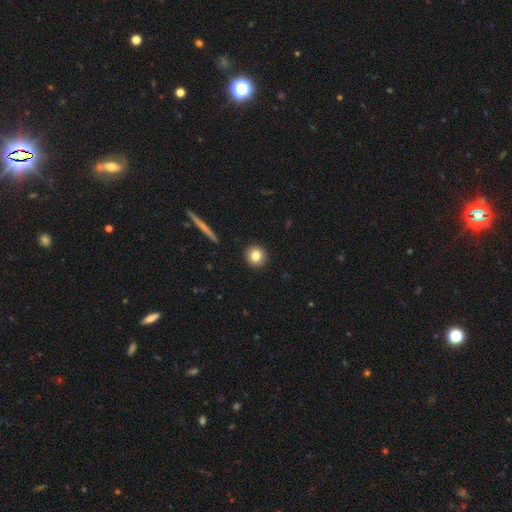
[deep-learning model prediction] A smooth galaxy with no disk features (82%) that is round (93%).

Vote fractions:
- Smooth or featured? smooth: 82% / star or artifact: 10% / featured or disk: 9%
- How rounded? round: 93% / in between: 6% / cigar-shaped: 1%
- Merging? none: 93% / minor disturbance: 5% / major disturbance: 2% / merger: 1%